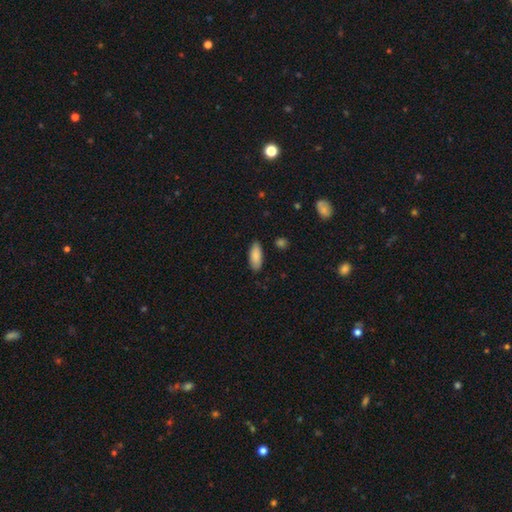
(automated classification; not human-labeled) Morphology: type=smooth (87%); roundness=in between (81%); merging=none (86%).